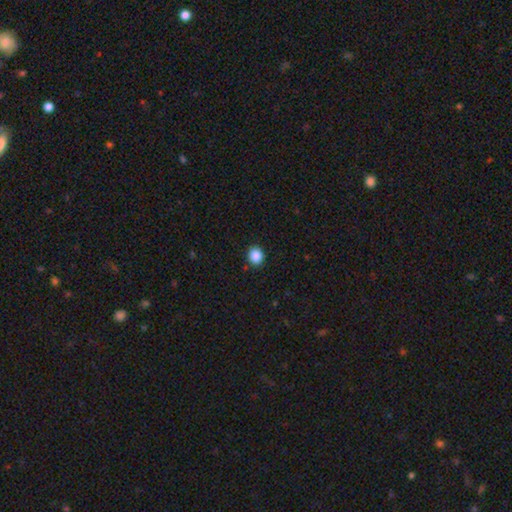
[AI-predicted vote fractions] The model was most divided on "how rounded": round: 81%, in between: 18%, cigar-shaped: 1%. More confident: merging — none (91%); smooth or featured — smooth (87%).